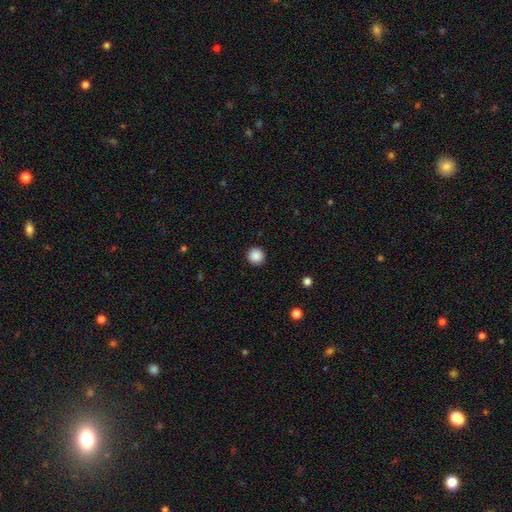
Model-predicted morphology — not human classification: smooth-or-featured: smooth: 88% | star or artifact: 9% | featured or disk: 2%
  how-rounded: round: 96% | in between: 3% | cigar-shaped: 1%
  merging: none: 92% | minor disturbance: 5% | major disturbance: 2% | merger: 1%